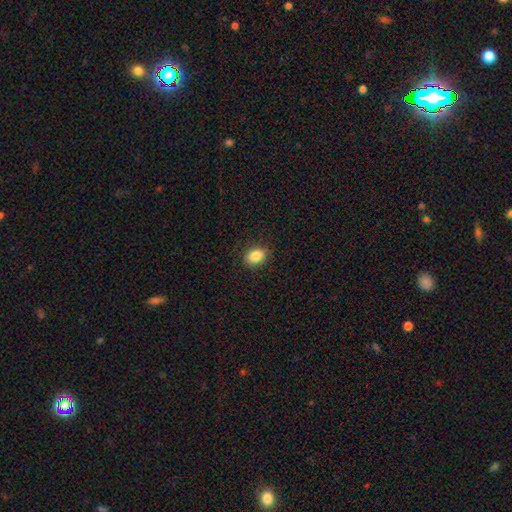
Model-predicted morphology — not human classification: Smooth or featured: smooth — 86% (star or artifact — 9%)
How rounded: in between — 71% (round — 28%)
Merging: none — 88% (minor disturbance — 9%)